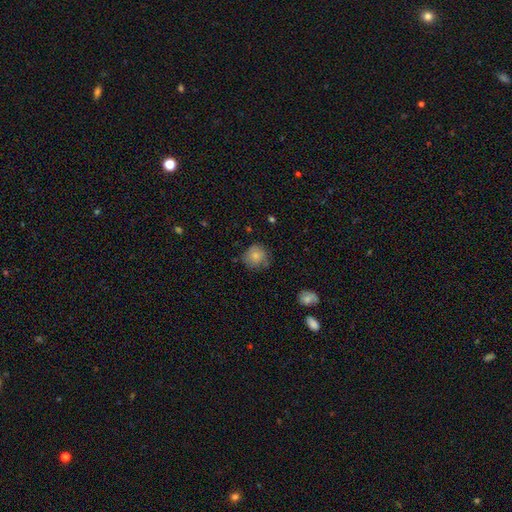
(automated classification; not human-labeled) This appears to be a smooth galaxy with no disk features (78%) that is round (88%). Merging: none (69%).